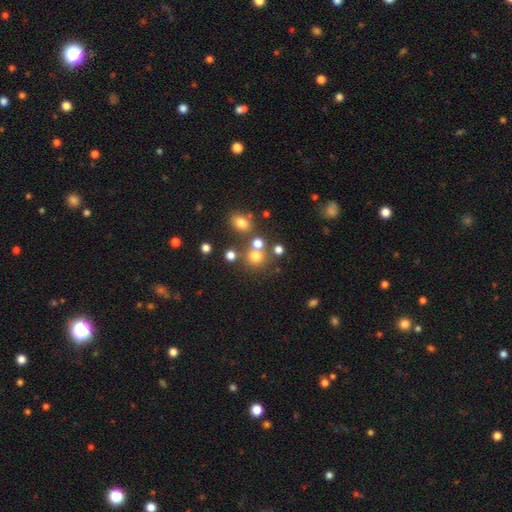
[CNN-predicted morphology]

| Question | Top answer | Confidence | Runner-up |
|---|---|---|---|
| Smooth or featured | smooth | 69% | star or artifact (20%) |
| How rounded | round | 86% | in between (13%) |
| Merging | none | 62% | merger (24%) |